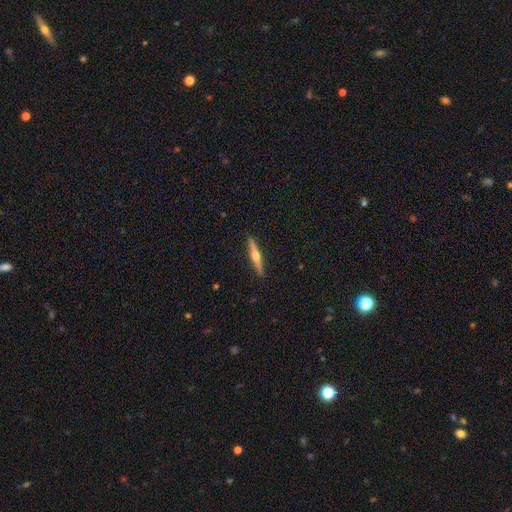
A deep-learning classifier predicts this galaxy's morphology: Smooth or featured? Predicted: featured or disk (p=0.62). Edge-on disk? Predicted: yes (p=0.97). Edge-on bulge? Predicted: rounded (p=0.93). Merging? Predicted: none (p=0.91).